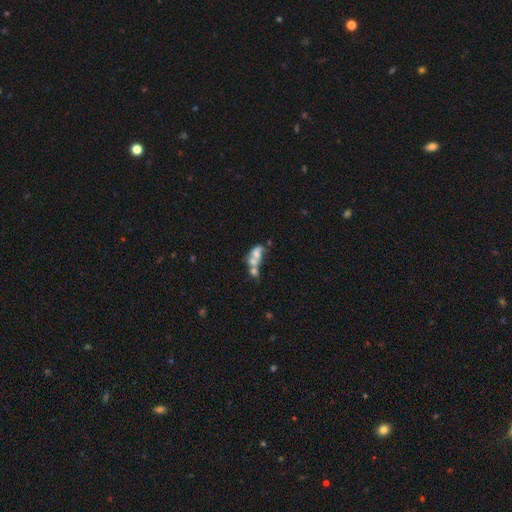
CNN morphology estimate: A smooth galaxy with no disk features (46%). Merging: merger (63%).